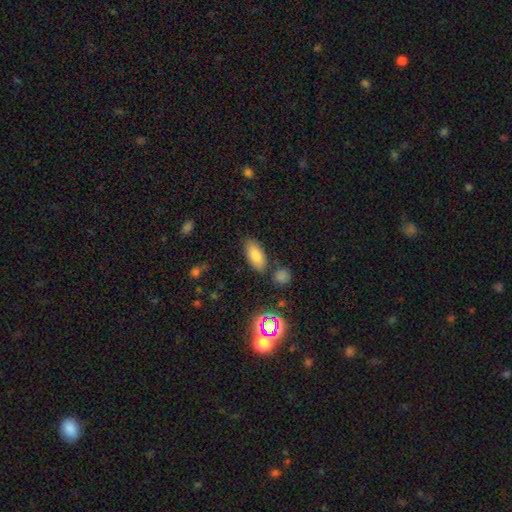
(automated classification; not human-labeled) A smooth galaxy with no disk features (79%) that is in between round and cigar-shaped (88%). Merging: none (79%).